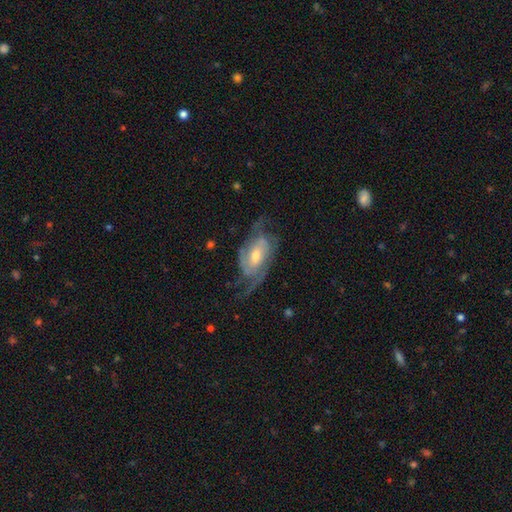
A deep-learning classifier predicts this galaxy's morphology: type=featured or disk (85%); edge-on=no (95%); bar=no (45%); spiral arms=yes (95%); winding=medium (44%); arm count=2 (51%); bulge=moderate (60%); merging=none (60%).